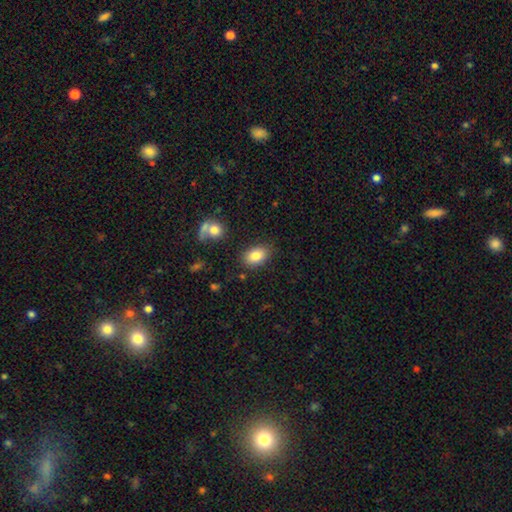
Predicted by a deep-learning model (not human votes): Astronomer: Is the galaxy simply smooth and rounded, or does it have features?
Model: smooth — 83%.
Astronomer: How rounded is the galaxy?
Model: in between — 86%.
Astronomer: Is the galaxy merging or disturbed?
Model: none — 82%.